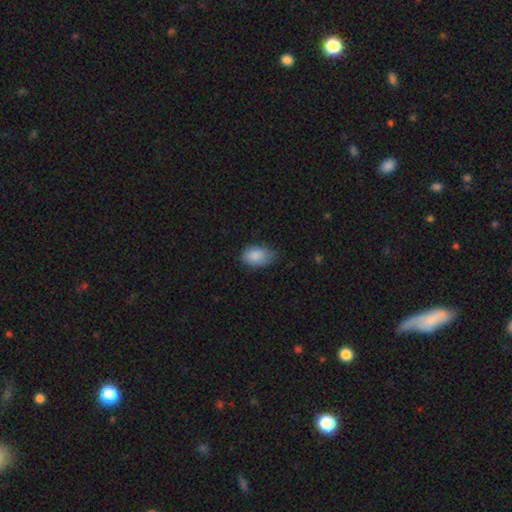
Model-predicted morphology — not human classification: Smooth or featured?
  - smooth: 87% *
  - star or artifact: 7%
  - featured or disk: 6%
How rounded?
  - in between: 90% *
  - round: 9%
  - cigar-shaped: 1%
Merging?
  - none: 67% *
  - minor disturbance: 27%
  - major disturbance: 5%
  - merger: 1%